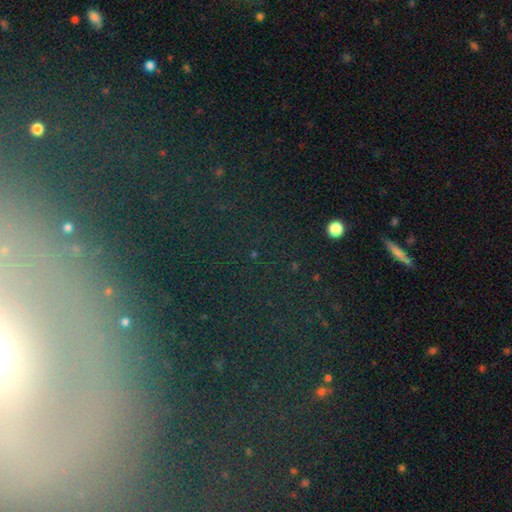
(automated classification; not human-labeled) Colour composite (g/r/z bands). It shows a star or artifact, not a galaxy (67%).